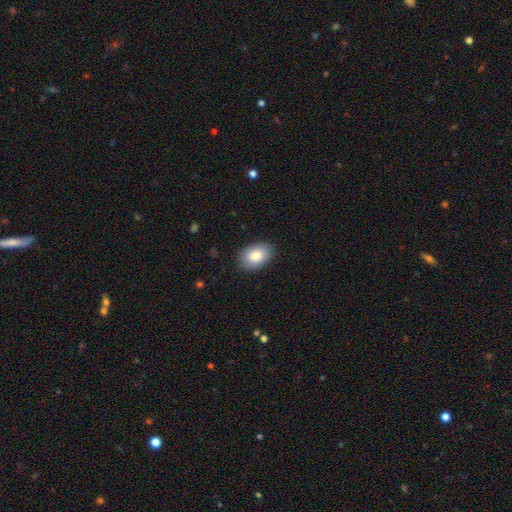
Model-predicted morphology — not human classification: type=smooth (84%); roundness=in between (84%); merging=none (87%).